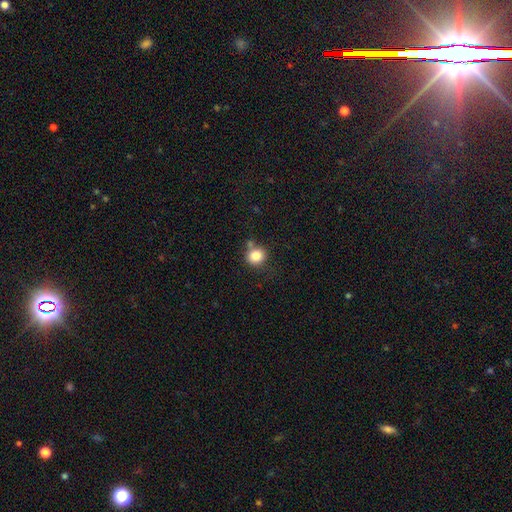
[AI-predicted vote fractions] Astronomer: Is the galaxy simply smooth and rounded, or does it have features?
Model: smooth — 84%.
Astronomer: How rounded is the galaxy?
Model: round — 82%.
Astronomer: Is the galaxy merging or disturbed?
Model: none — 67%.